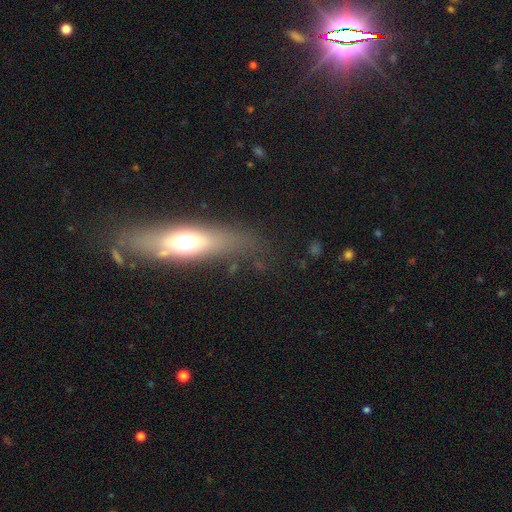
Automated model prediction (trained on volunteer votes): Smooth or featured? Predicted: featured or disk (p=0.55). Edge-on disk? Predicted: yes (p=0.69). Merging? Predicted: none (p=0.72).